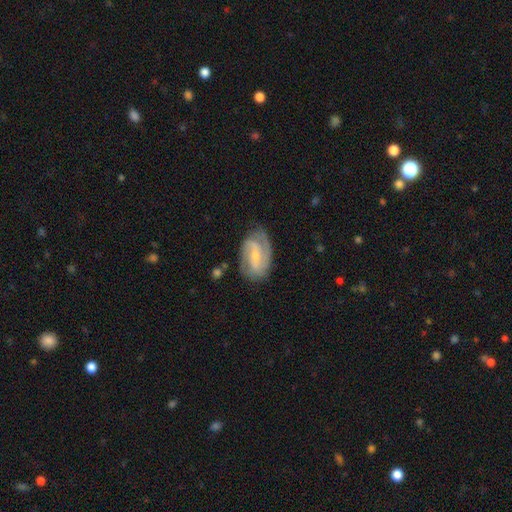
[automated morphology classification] A featured or disk galaxy (83%) with a weak bar (47%), 2 (73%) medium (47%) spiral arms (95%) and a small central bulge (63%). Merging: none (72%).